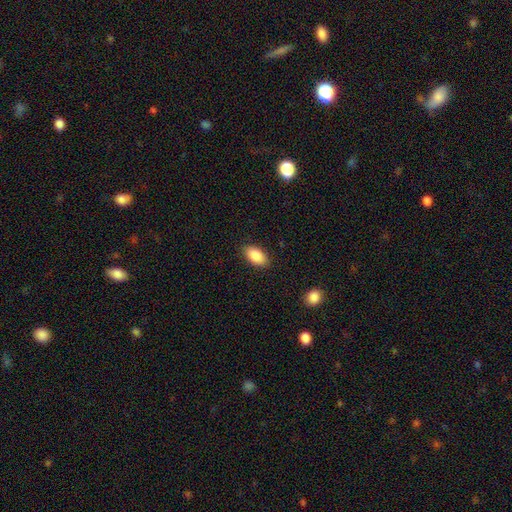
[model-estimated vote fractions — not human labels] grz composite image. It shows a smooth galaxy with no disk features (89%) that is in between round and cigar-shaped (94%). Merging: none (87%).